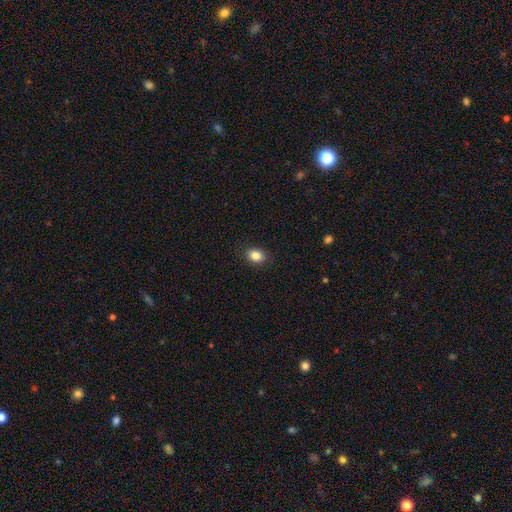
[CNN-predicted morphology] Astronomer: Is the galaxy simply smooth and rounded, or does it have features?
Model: smooth — 85%.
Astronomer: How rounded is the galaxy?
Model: in between — 71%.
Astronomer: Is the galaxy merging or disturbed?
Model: none — 88%.